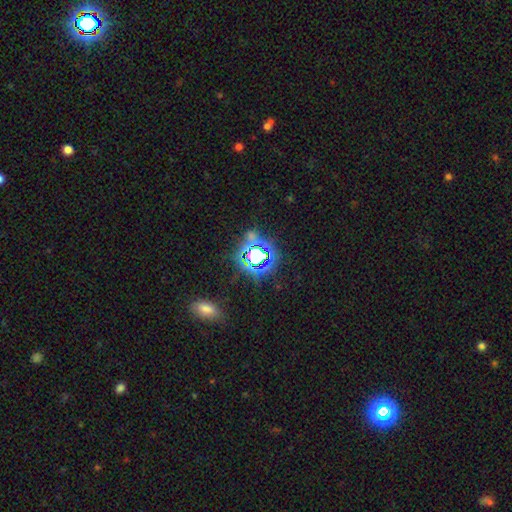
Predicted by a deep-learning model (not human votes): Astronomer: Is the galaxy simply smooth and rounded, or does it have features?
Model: star or artifact — 71%.